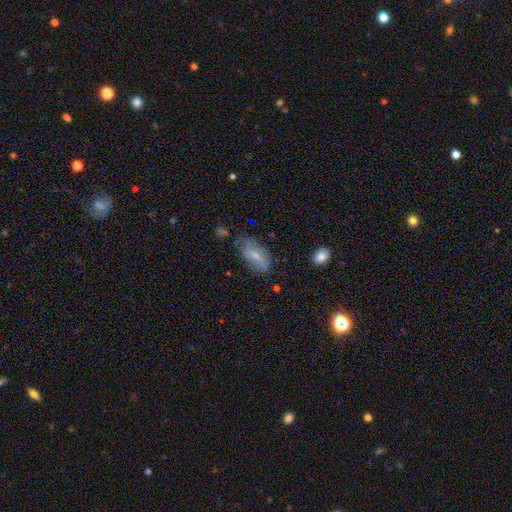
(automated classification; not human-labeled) Smooth or featured? Predicted: smooth (p=0.62). How rounded? Predicted: in between (p=0.86). Merging? Predicted: none (p=0.59).